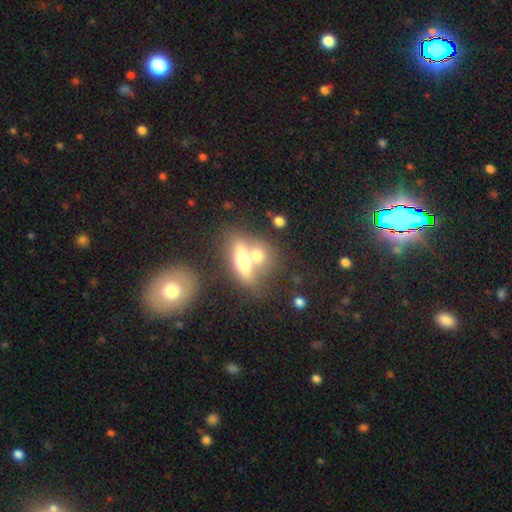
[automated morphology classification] Q: Smooth or featured?
A: smooth (56%); runner-up: featured or disk (36%)
Q: How rounded?
A: in between (58%); runner-up: cigar-shaped (23%)
Q: Merging?
A: merger (50%); runner-up: none (36%)